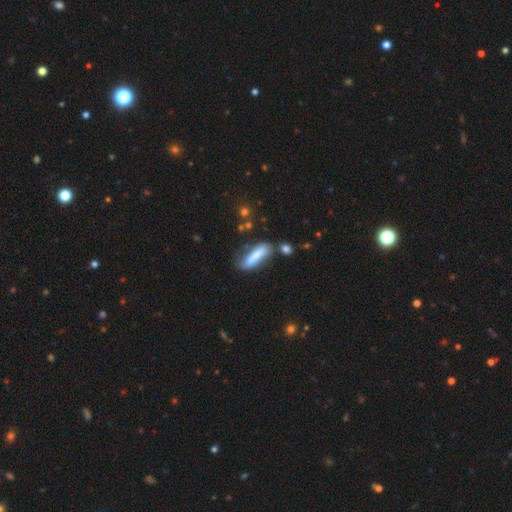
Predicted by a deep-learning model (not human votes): Smooth or featured? Predicted: smooth (p=0.68). How rounded? Predicted: cigar-shaped (p=0.58). Merging? Predicted: none (p=0.54).